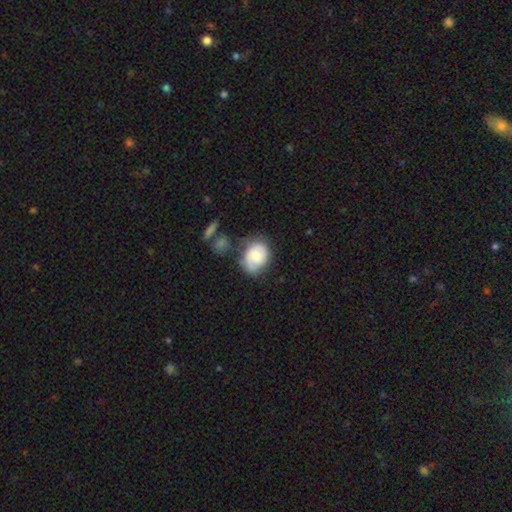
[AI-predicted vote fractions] Q: Smooth or featured?
A: smooth (55%); runner-up: featured or disk (38%)
Q: How rounded?
A: in between (56%); runner-up: round (43%)
Q: Merging?
A: none (53%); runner-up: minor disturbance (28%)